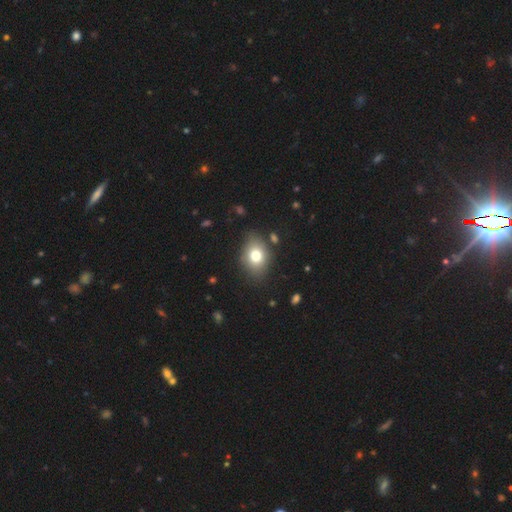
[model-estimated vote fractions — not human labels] This appears to be a smooth galaxy with no disk features (75%) that is in between round and cigar-shaped (64%). Merging: none (79%).